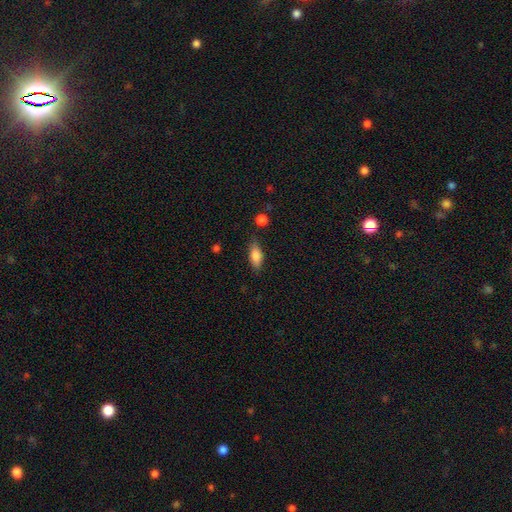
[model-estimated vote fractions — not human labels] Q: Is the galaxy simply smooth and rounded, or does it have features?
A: smooth — 77%.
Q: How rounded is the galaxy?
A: in between — 77%.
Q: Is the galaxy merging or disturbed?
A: none — 75%.